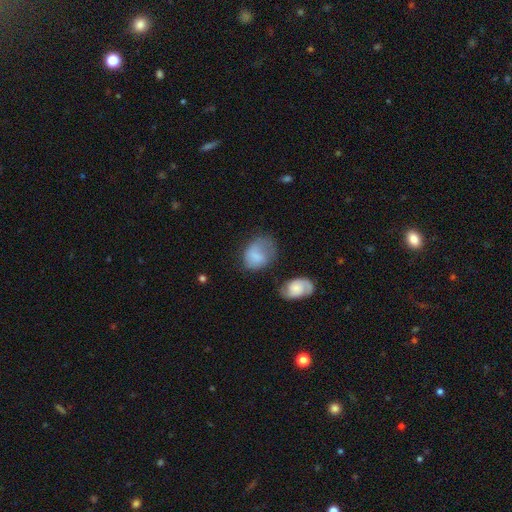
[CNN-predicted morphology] Q: Smooth or featured?
A: smooth (68%); runner-up: featured or disk (24%)
Q: How rounded?
A: in between (64%); runner-up: round (35%)
Q: Merging?
A: none (37%); runner-up: minor disturbance (30%)